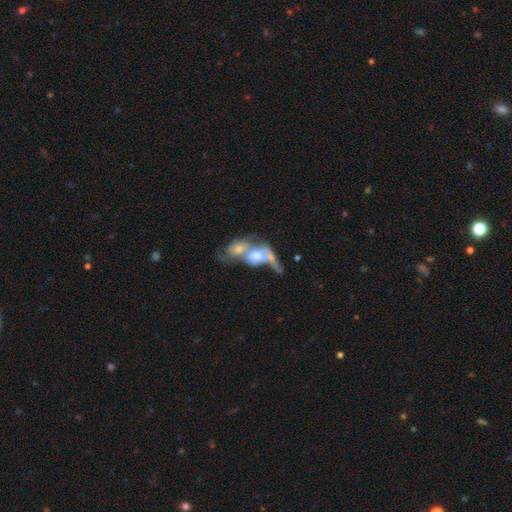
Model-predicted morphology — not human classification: Smooth or featured? featured or disk (55%)
Edge-on disk? no (91%)
Bar? no (74%)
Spiral arms? no (53%)
Bulge size? moderate (45%)
Merging? merger (79%)